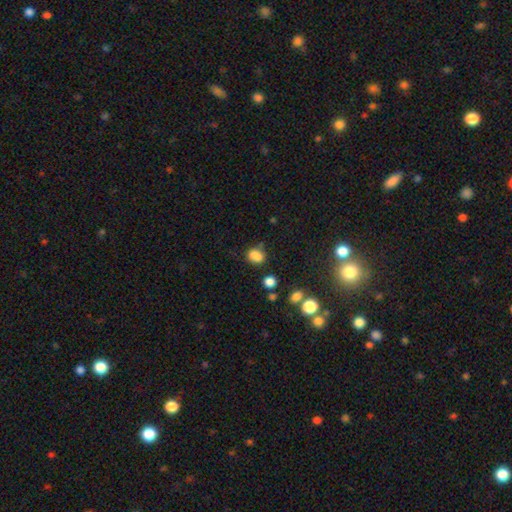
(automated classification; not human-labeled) A smooth galaxy with no disk features (82%) that is in between round and cigar-shaped (59%). Merging: none (65%).